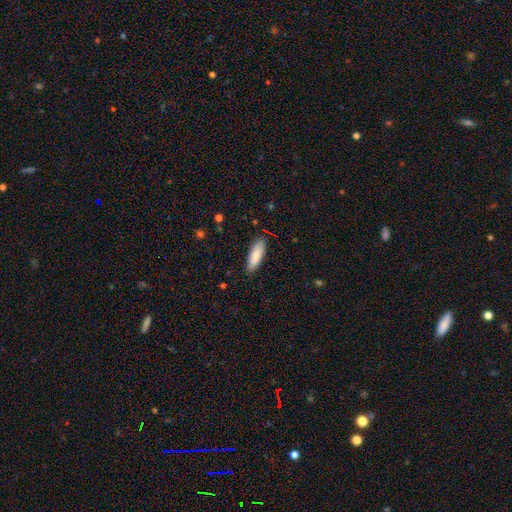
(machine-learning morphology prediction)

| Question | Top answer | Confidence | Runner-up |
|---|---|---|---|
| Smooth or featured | smooth | 83% | featured or disk (11%) |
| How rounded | in between | 56% | cigar-shaped (43%) |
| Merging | none | 86% | minor disturbance (11%) |